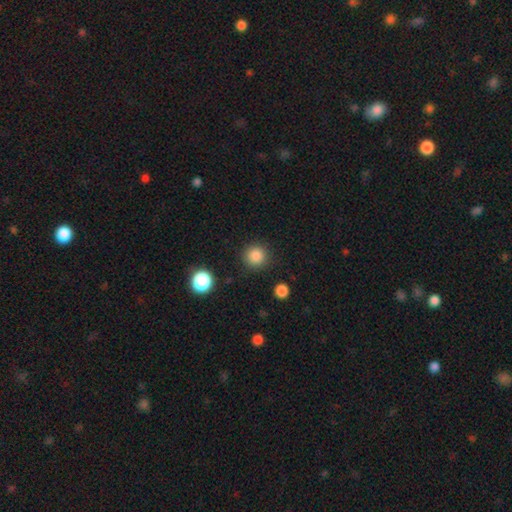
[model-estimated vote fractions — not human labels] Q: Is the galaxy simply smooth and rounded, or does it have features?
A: smooth — 85%.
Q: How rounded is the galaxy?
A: round — 94%.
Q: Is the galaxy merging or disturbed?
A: none — 89%.